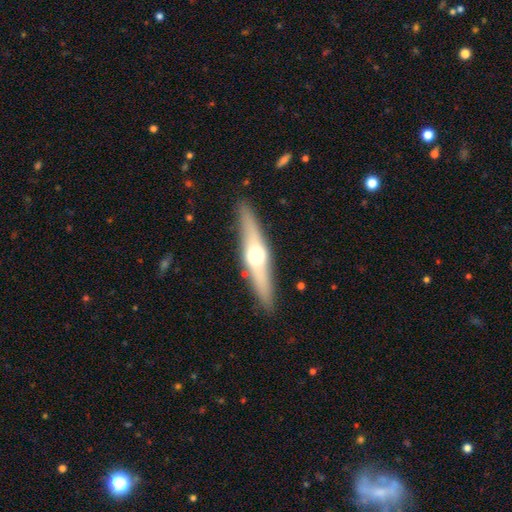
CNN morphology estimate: The model was most divided on "smooth or featured": featured or disk: 58%, smooth: 37%, star or artifact: 6%. More confident: edge-on bulge — rounded (92%); edge-on disk — yes (91%); merging — none (88%).